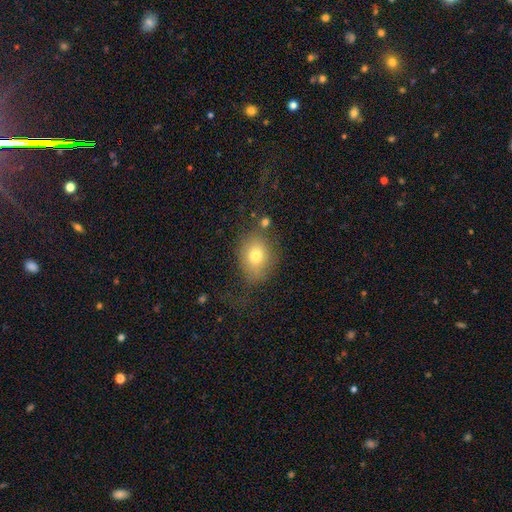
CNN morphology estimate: Smooth or featured? Predicted: smooth (p=0.75). How rounded? Predicted: in between (p=0.56). Merging? Predicted: none (p=0.60).